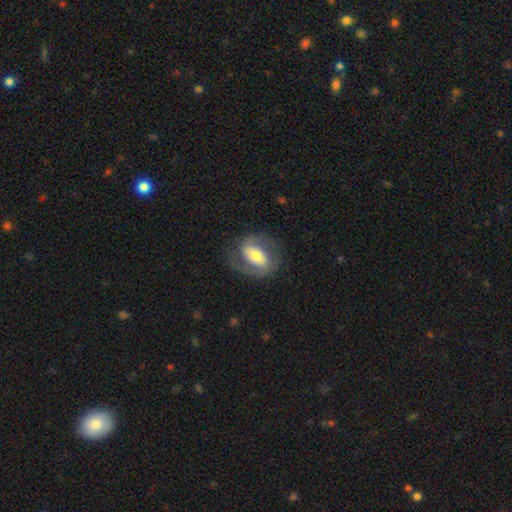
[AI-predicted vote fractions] Smooth or featured?
  - featured or disk: 64% *
  - smooth: 30%
  - star or artifact: 6%
Edge-on disk?
  - no: 93% *
  - yes: 7%
Bar?
  - strong: 49% *
  - weak: 29%
  - no: 22%
Spiral arms?
  - yes: 74% *
  - no: 26%
Bulge size?
  - moderate: 54% *
  - small: 22%
  - large: 19%
  - dominant: 3%
  - none: 2%
Merging?
  - none: 75% *
  - minor disturbance: 14%
  - major disturbance: 10%
  - merger: 1%